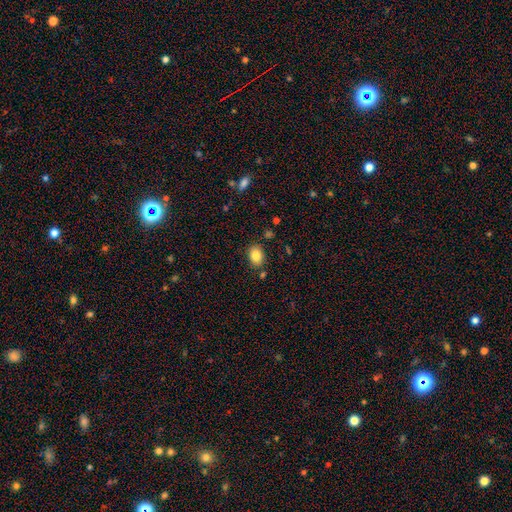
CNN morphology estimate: Smooth or featured: smooth — 84% (star or artifact — 9%)
How rounded: in between — 76% (round — 23%)
Merging: none — 82% (minor disturbance — 11%)